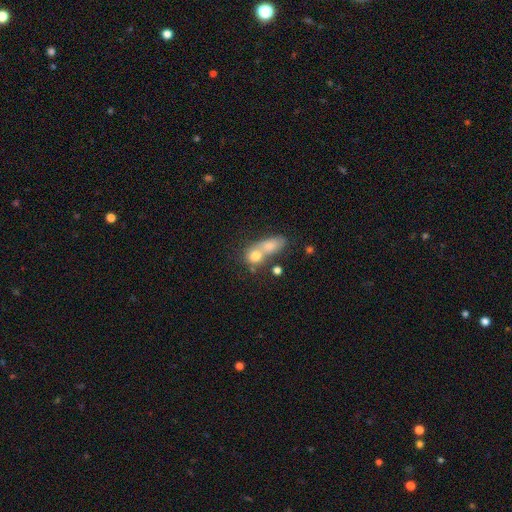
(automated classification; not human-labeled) A smooth galaxy with no disk features (71%) that is round (59%). Merging: merger (61%).